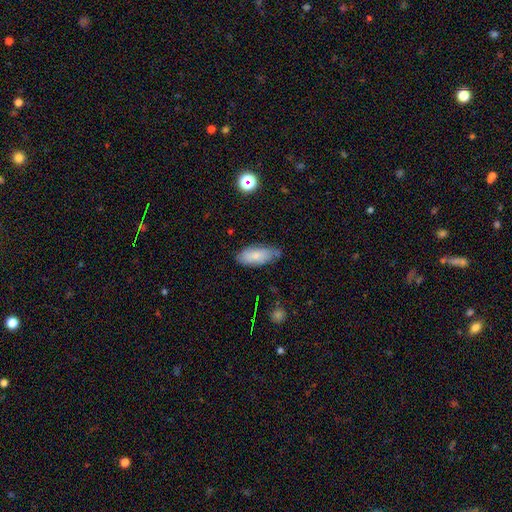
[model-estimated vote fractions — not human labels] The model was most divided on "merging": none: 71%, minor disturbance: 23%, major disturbance: 4%, merger: 2%. More confident: how rounded — in between (84%); smooth or featured — smooth (78%).